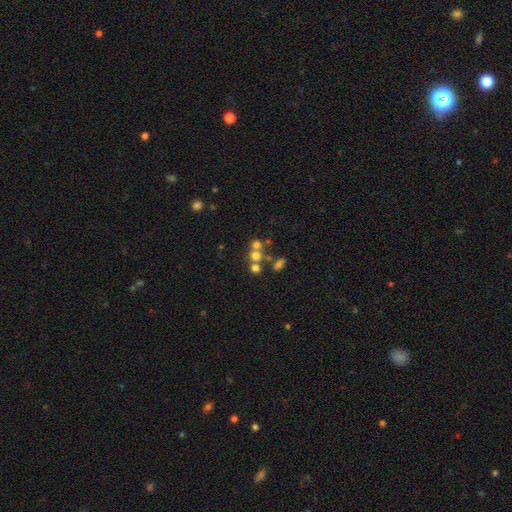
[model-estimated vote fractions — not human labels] Smooth or featured? Predicted: smooth (p=0.63). How rounded? Predicted: round (p=0.79). Merging? Predicted: merger (p=0.45).